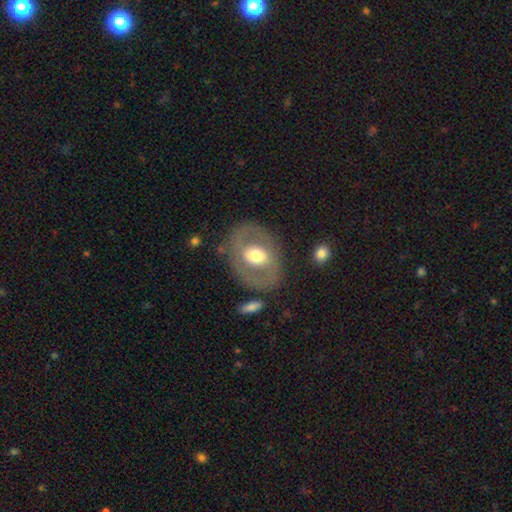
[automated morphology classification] type=featured or disk (55%); edge-on=no (93%); bar=no (50%); spiral arms=no (76%); bulge=moderate (65%); merging=none (76%).